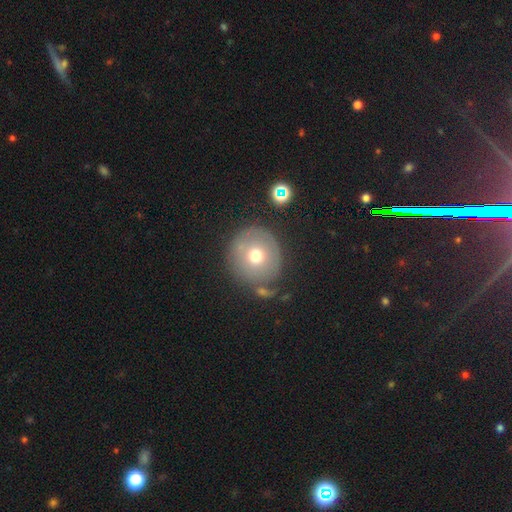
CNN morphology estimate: Smooth or featured?
  - smooth: 66% *
  - featured or disk: 22%
  - star or artifact: 12%
How rounded?
  - round: 93% *
  - in between: 6%
  - cigar-shaped: 1%
Merging?
  - none: 74% *
  - minor disturbance: 13%
  - merger: 7%
  - major disturbance: 6%